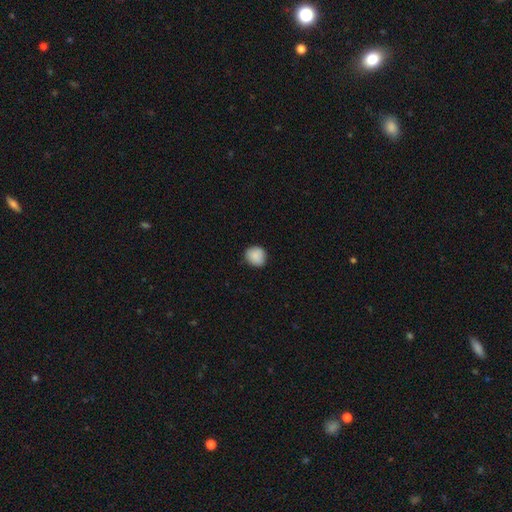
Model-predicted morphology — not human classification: A smooth galaxy with no disk features (88%) that is round (86%). Merging: none (83%).